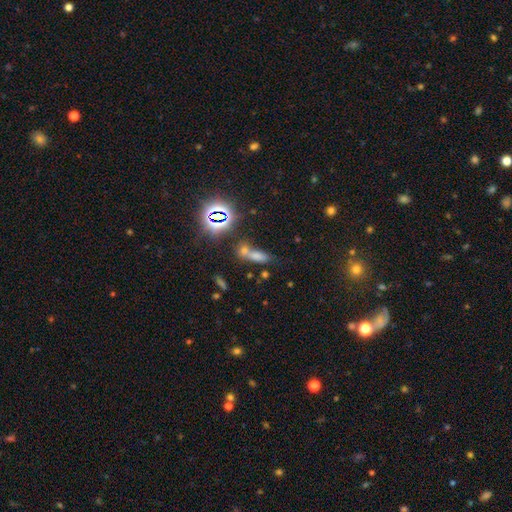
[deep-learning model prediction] Q: Smooth or featured?
A: smooth (58%); runner-up: star or artifact (29%)
Q: How rounded?
A: in between (58%); runner-up: cigar-shaped (31%)
Q: Merging?
A: merger (48%); runner-up: none (36%)